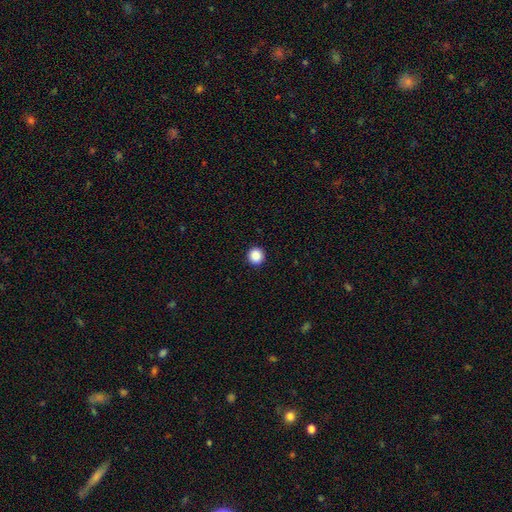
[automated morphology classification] A smooth galaxy with no disk features (87%) that is round (95%). Merging: none (94%).